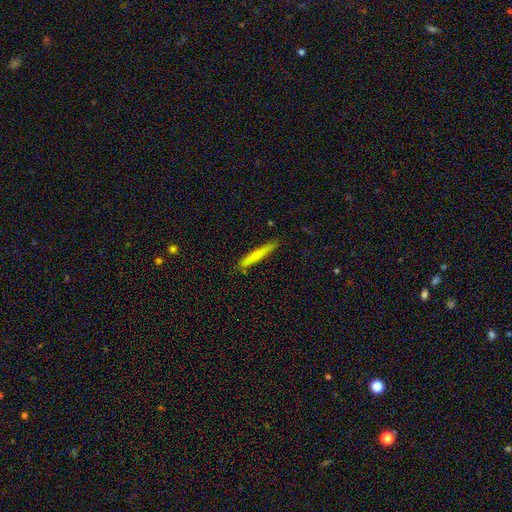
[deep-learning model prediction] Smooth or featured?
  - smooth: 70% *
  - featured or disk: 24%
  - star or artifact: 6%
How rounded?
  - cigar-shaped: 95% *
  - in between: 4%
  - round: 1%
Merging?
  - none: 84% *
  - minor disturbance: 12%
  - major disturbance: 2%
  - merger: 2%